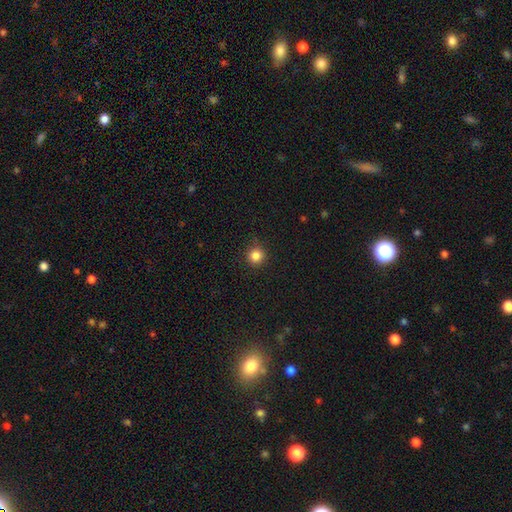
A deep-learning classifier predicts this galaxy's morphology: This is clearly a smooth galaxy (84%). How rounded: clearly round (95%). Merging: clearly none (90%).